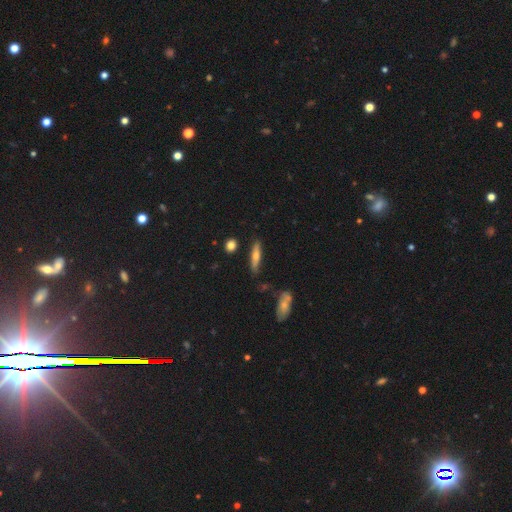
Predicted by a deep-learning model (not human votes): The model was most divided on "smooth or featured": smooth: 56%, featured or disk: 37%, star or artifact: 7%. More confident: merging — none (82%); how rounded — cigar-shaped (77%).